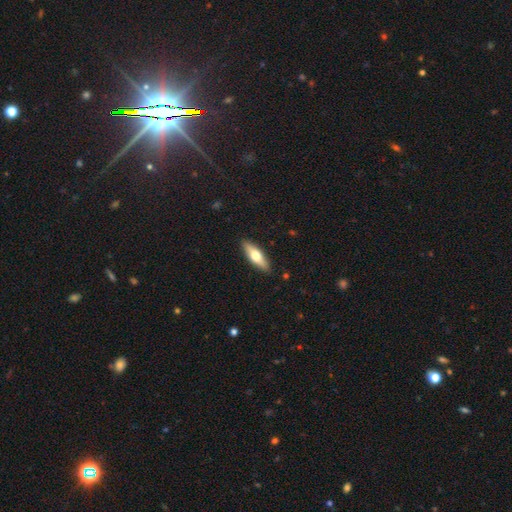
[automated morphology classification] A smooth galaxy with no disk features (57%) that is cigar-shaped (53%). Merging: none (89%).